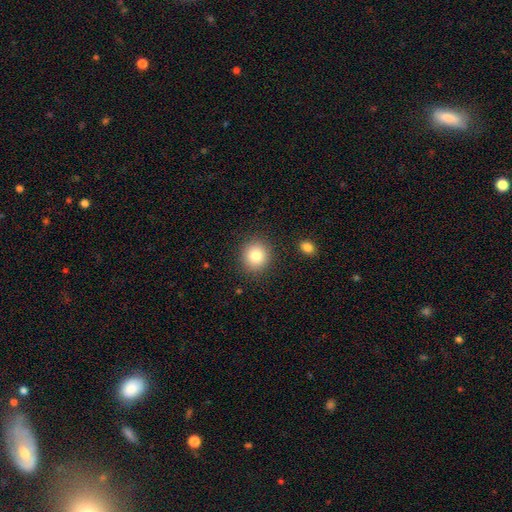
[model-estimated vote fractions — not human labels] Smooth or featured? smooth (82%)
How rounded? round (87%)
Merging? none (88%)